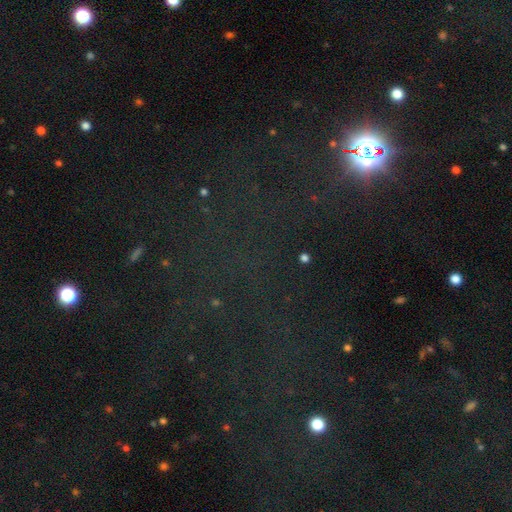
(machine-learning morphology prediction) This is likely a star or artifact rather than a galaxy (68%).